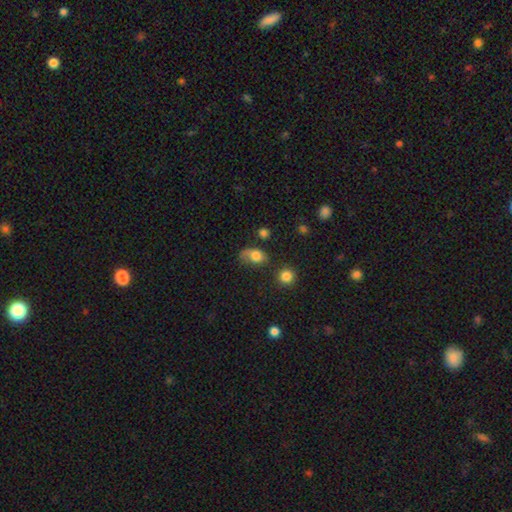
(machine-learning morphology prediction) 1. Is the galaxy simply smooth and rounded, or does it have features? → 76% smooth, 14% featured or disk, 11% star or artifact.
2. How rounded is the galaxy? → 73% in between, 24% round, 2% cigar-shaped.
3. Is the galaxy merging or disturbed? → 38% none, 32% minor disturbance, 24% major disturbance, 6% merger.